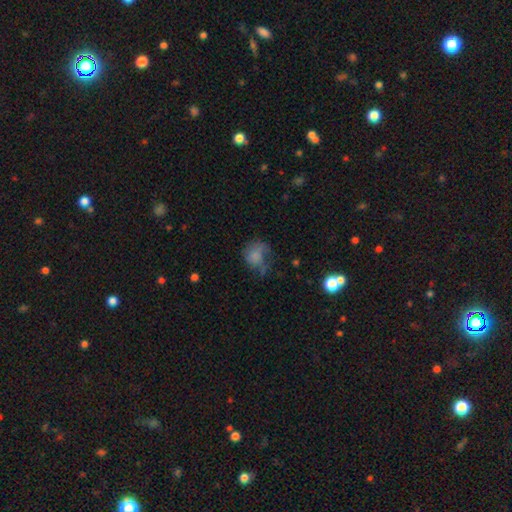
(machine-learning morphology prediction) Smooth or featured?
  - smooth: 66% *
  - featured or disk: 24%
  - star or artifact: 11%
How rounded?
  - round: 61% *
  - in between: 38%
  - cigar-shaped: 1%
Merging?
  - major disturbance: 36% *
  - none: 33%
  - minor disturbance: 27%
  - merger: 4%